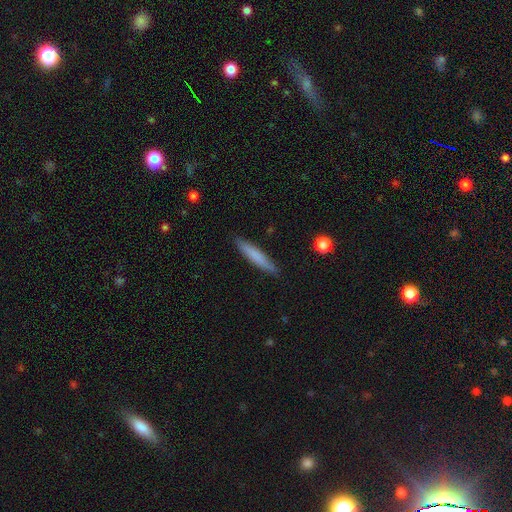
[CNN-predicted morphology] Smooth or featured: smooth — 77% (featured or disk — 18%)
How rounded: cigar-shaped — 92% (in between — 7%)
Merging: none — 88% (minor disturbance — 9%)